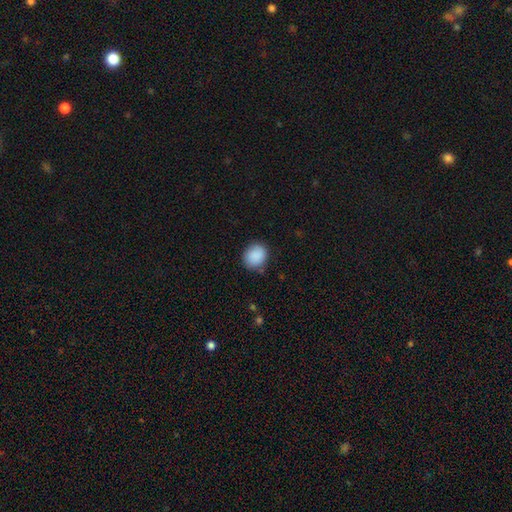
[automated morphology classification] type=smooth (89%); roundness=round (67%); merging=none (83%).